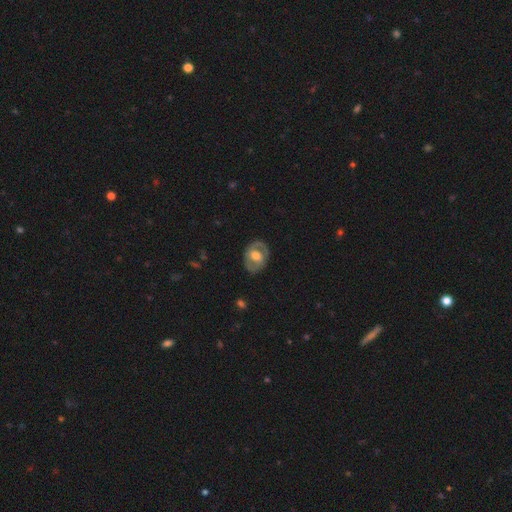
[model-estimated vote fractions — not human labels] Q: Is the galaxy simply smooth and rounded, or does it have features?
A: featured or disk — 59%.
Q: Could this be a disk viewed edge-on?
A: no — 94%.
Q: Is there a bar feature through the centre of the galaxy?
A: no — 49%.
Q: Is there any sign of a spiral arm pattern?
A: no — 58%.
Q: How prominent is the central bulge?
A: moderate — 58%.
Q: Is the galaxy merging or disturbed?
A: none — 77%.